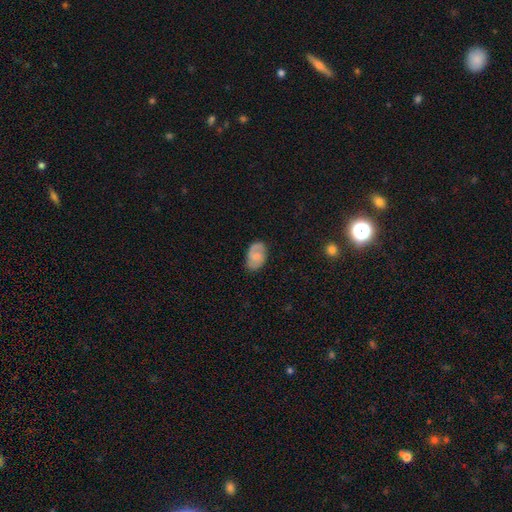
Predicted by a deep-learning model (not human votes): smooth_or_featured: featured or disk (p=0.46) [tied with: smooth p=0.46]
merging: none (p=0.76) [alt: minor disturbance p=0.17]